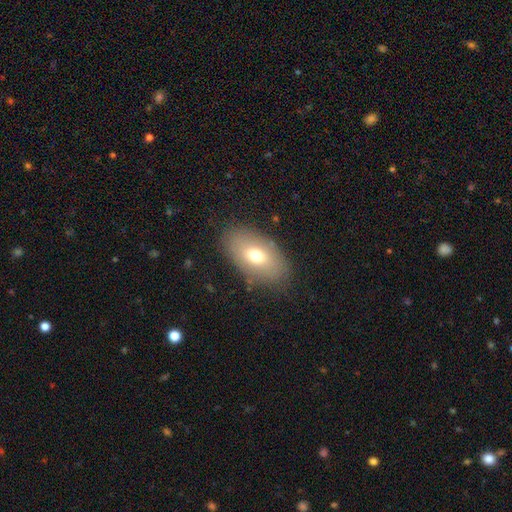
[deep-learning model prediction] Smooth or featured?
  - smooth: 67% *
  - featured or disk: 23%
  - star or artifact: 10%
How rounded?
  - in between: 90% *
  - round: 8%
  - cigar-shaped: 2%
Merging?
  - none: 82% *
  - minor disturbance: 12%
  - major disturbance: 5%
  - merger: 1%